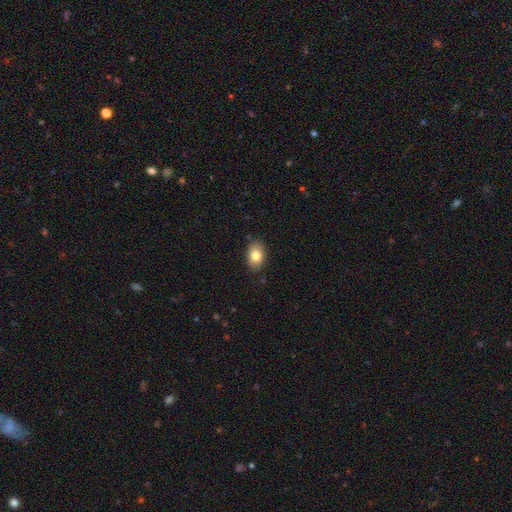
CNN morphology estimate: This is clearly a smooth galaxy (83%). How rounded: clearly in between (86%). Merging: clearly none (86%).